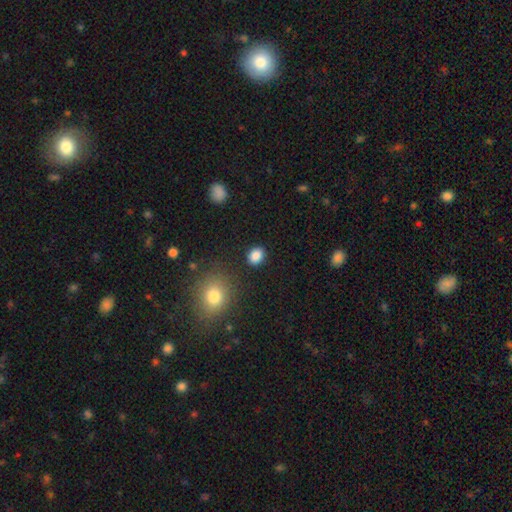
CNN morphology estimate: A smooth galaxy with no disk features (86%) that is in between round and cigar-shaped (52%). Merging: none (85%).